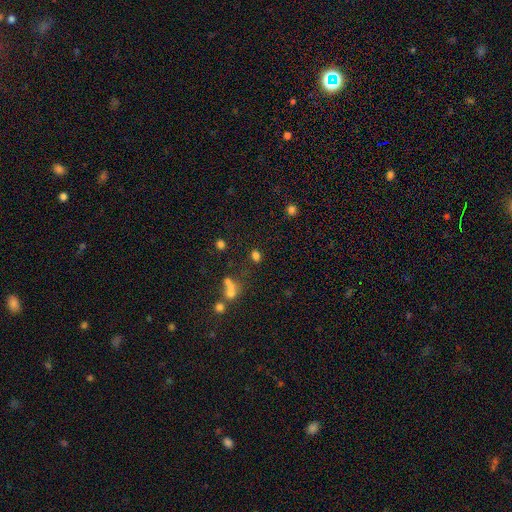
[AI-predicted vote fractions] A smooth galaxy with no disk features (71%) that is in between round and cigar-shaped (58%). Merging: none (67%).